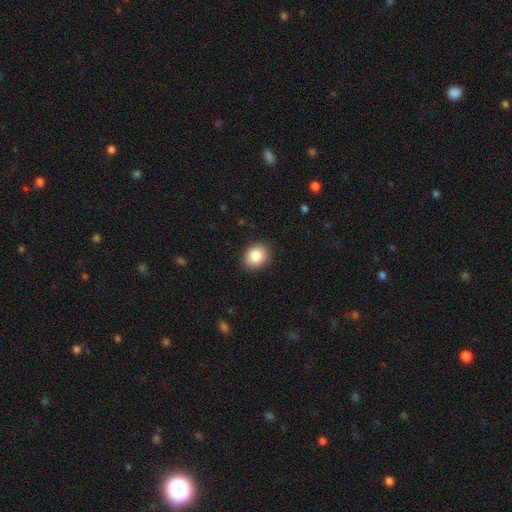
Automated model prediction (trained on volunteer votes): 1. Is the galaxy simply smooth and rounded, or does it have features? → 87% smooth, 8% star or artifact, 5% featured or disk.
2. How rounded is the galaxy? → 61% round, 38% in between, 1% cigar-shaped.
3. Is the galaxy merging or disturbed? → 89% none, 8% minor disturbance, 2% major disturbance, 1% merger.